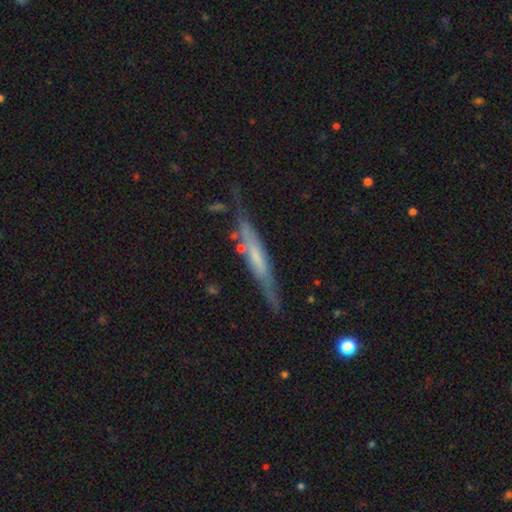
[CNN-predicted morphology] Smooth or featured? featured or disk (62%)
Edge-on disk? yes (89%)
Edge-on bulge? none (59%)
Merging? none (71%)